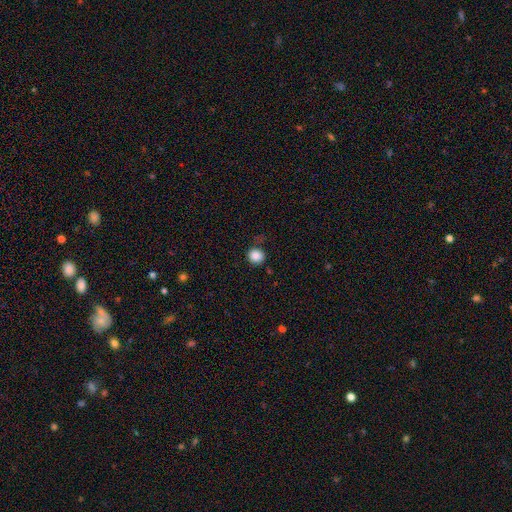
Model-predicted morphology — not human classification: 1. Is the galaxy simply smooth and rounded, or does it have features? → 86% smooth, 10% star or artifact, 4% featured or disk.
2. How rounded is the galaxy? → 86% round, 13% in between, 1% cigar-shaped.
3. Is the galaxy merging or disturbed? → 80% none, 13% minor disturbance, 4% major disturbance, 2% merger.